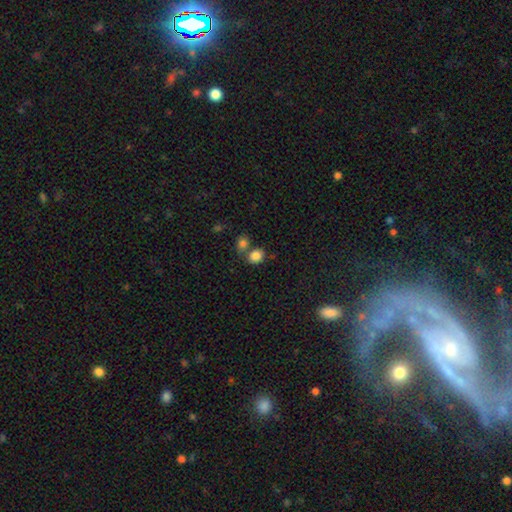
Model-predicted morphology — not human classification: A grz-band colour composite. It shows a smooth galaxy with no disk features (84%) that is round (61%). Merging: none (55%).